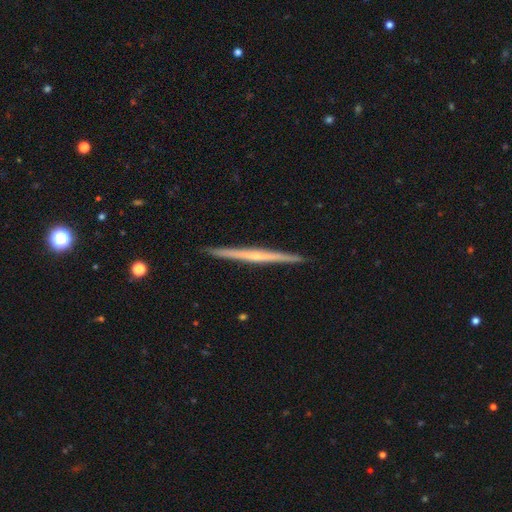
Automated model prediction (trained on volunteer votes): A featured or disk galaxy (73%) viewed edge-on (98%) with no central bulge (50%). Merging: none (93%).